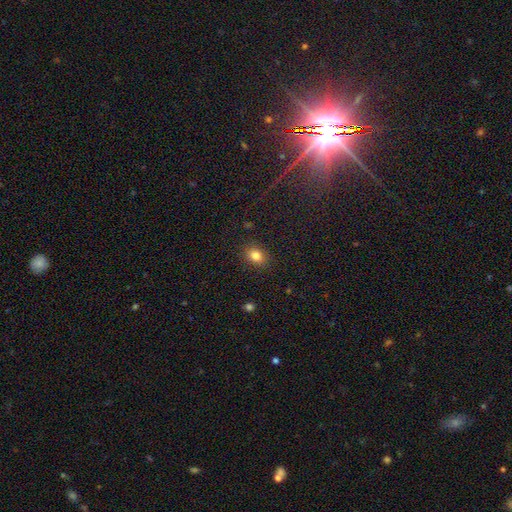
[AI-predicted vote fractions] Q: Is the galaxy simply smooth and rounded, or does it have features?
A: smooth — 83%.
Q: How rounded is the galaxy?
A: in between — 58%.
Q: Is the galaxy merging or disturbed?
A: none — 87%.